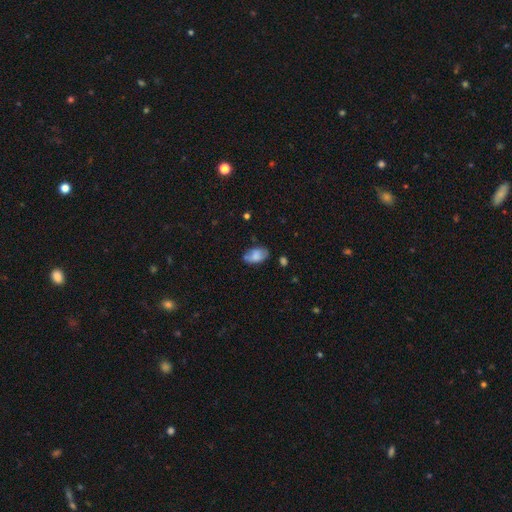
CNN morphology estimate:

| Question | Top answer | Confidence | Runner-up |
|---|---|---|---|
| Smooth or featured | smooth | 73% | featured or disk (19%) |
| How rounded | in between | 92% | round (6%) |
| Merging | none | 61% | minor disturbance (27%) |